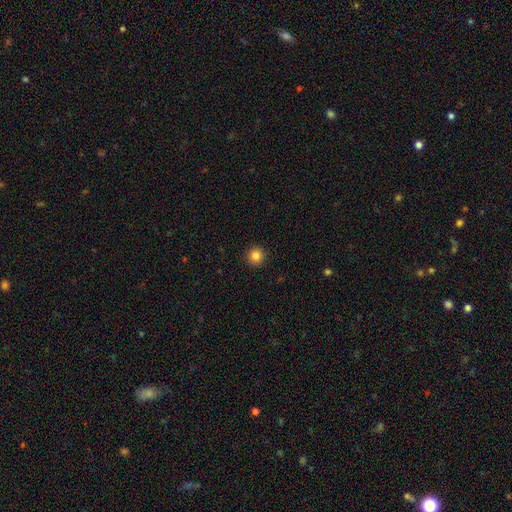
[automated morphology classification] Smooth or featured?
  - smooth: 84% *
  - star or artifact: 11%
  - featured or disk: 5%
How rounded?
  - round: 95% *
  - in between: 4%
  - cigar-shaped: 1%
Merging?
  - none: 93% *
  - minor disturbance: 4%
  - major disturbance: 2%
  - merger: 1%